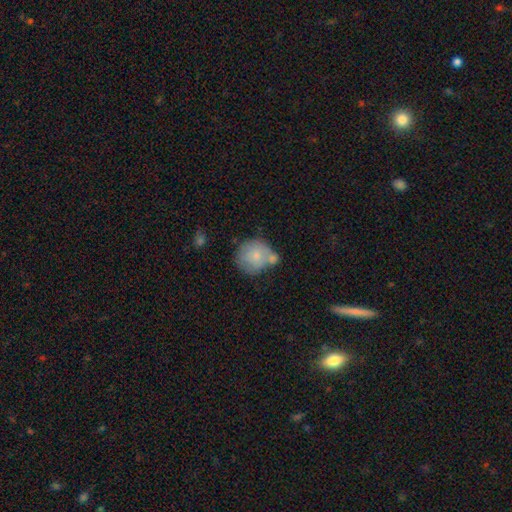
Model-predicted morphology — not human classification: smooth_or_featured: smooth (p=0.72) [alt: featured or disk p=0.21]
how_rounded: round (p=0.82) [alt: in between p=0.17]
merging: none (p=0.38) [alt: merger p=0.36]